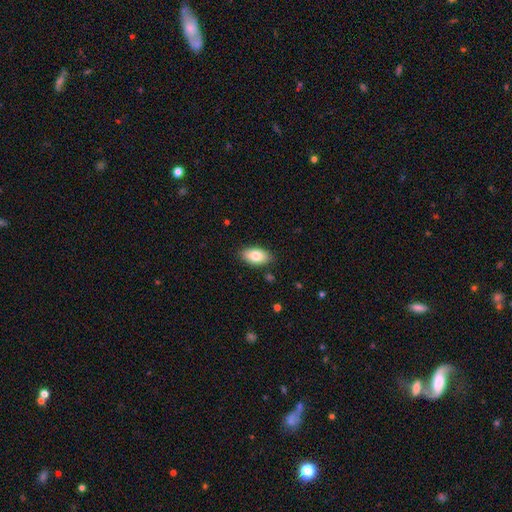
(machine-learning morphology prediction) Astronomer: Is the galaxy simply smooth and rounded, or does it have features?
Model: smooth — 81%.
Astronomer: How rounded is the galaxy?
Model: in between — 92%.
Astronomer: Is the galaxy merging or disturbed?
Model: none — 85%.